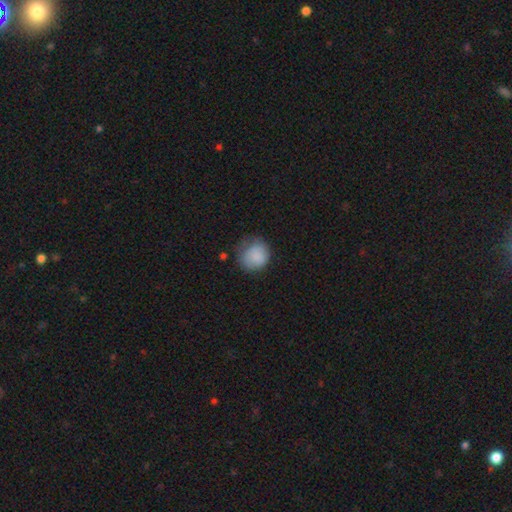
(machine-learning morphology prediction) Smooth or featured? smooth (83%)
How rounded? round (79%)
Merging? none (50%)